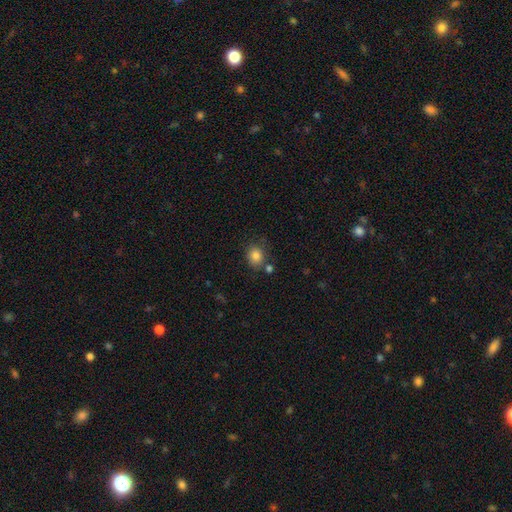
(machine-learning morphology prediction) type=smooth (83%); roundness=round (61%); merging=none (73%).